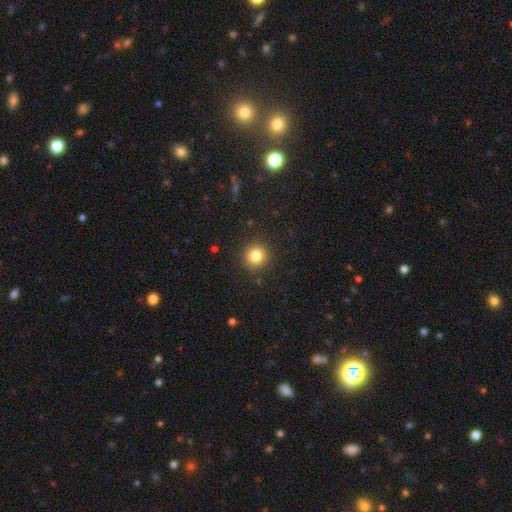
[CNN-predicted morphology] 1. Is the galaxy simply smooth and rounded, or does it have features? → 82% smooth, 11% star or artifact, 6% featured or disk.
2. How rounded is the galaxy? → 91% round, 8% in between, 1% cigar-shaped.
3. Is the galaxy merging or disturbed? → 90% none, 6% minor disturbance, 2% major disturbance, 1% merger.